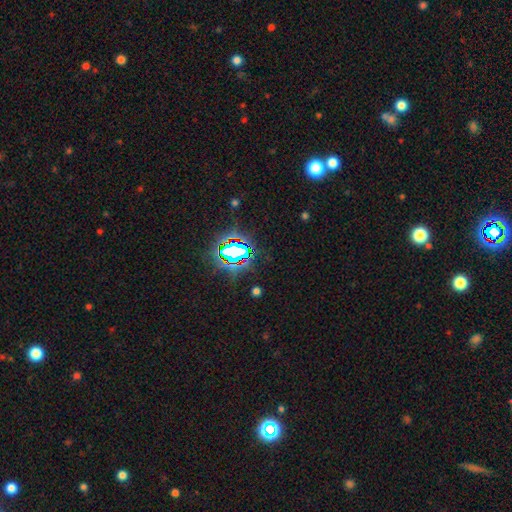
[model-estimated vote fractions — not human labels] Overall: star or artifact (80%).